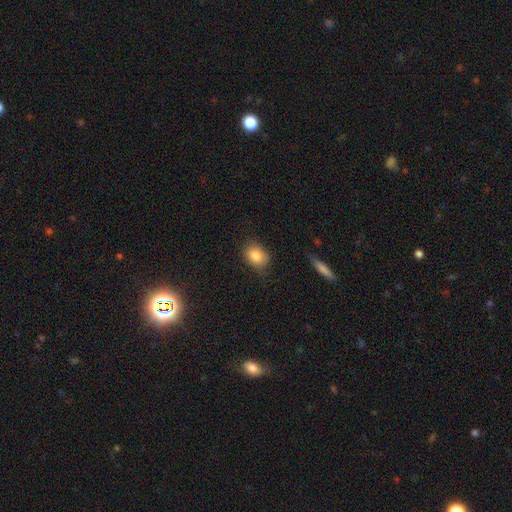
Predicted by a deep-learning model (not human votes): A smooth galaxy with no disk features (83%) that is in between round and cigar-shaped (62%). Merging: none (78%).